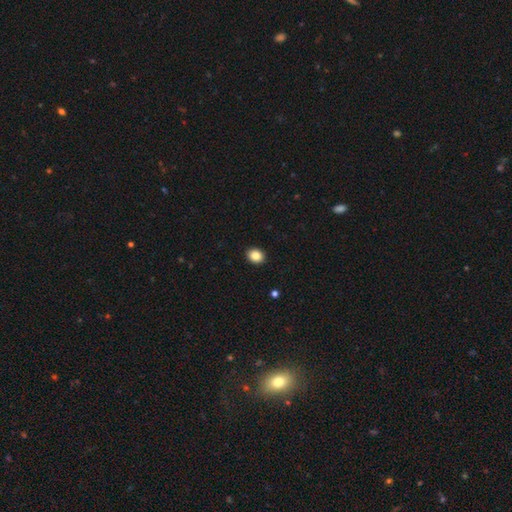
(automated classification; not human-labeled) Smooth or featured: smooth — 86% (star or artifact — 9%)
How rounded: round — 52% (in between — 47%)
Merging: none — 92% (minor disturbance — 5%)